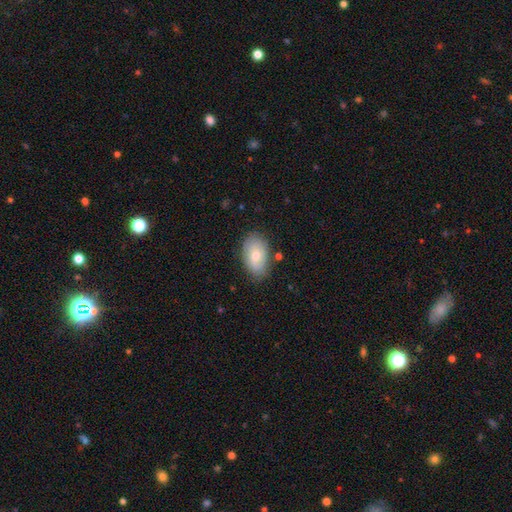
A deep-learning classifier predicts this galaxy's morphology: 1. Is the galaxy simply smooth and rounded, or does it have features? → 69% smooth, 24% featured or disk, 8% star or artifact.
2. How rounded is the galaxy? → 91% in between, 8% round, 1% cigar-shaped.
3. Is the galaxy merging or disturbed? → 80% none, 15% minor disturbance, 3% major disturbance, 2% merger.